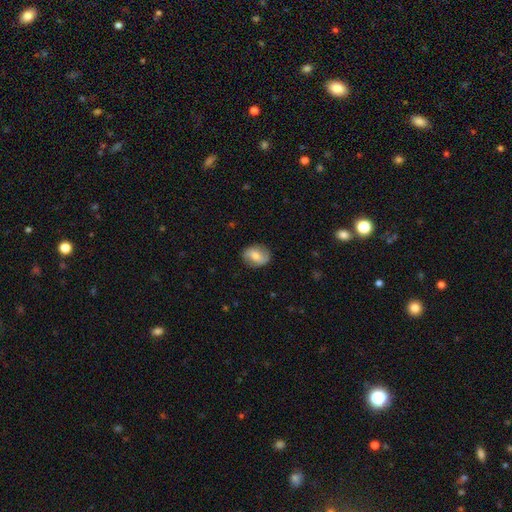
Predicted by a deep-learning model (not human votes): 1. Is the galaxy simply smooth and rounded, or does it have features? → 56% smooth, 37% featured or disk, 8% star or artifact.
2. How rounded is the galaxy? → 55% in between, 44% round, 2% cigar-shaped.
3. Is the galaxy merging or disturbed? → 83% none, 13% minor disturbance, 3% major disturbance, 1% merger.